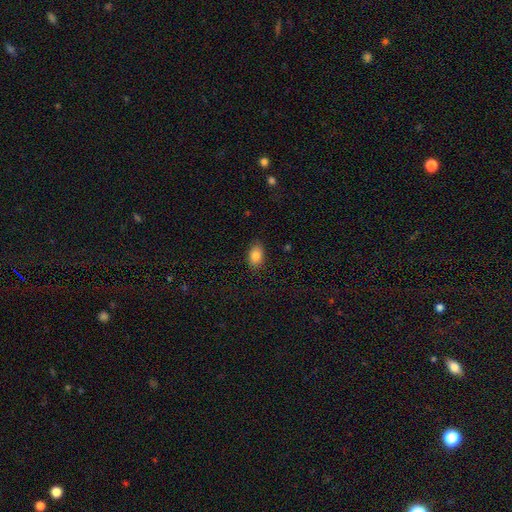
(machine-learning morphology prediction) Smooth or featured: smooth — 85% (star or artifact — 8%)
How rounded: in between — 88% (round — 11%)
Merging: none — 86% (minor disturbance — 10%)